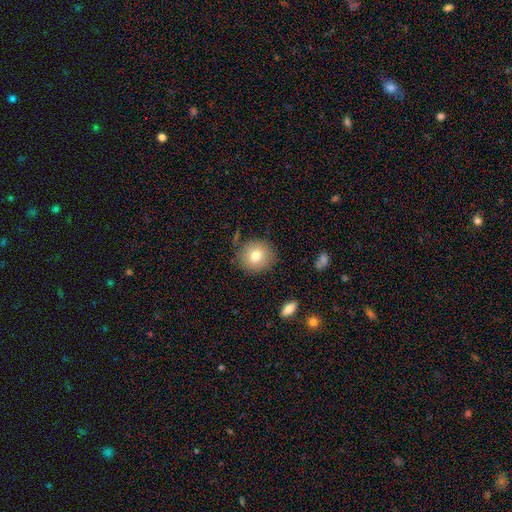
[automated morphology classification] smooth-or-featured: smooth: 77% | featured or disk: 13% | star or artifact: 10%
  how-rounded: round: 90% | in between: 9% | cigar-shaped: 1%
  merging: none: 85% | minor disturbance: 10% | major disturbance: 3% | merger: 2%